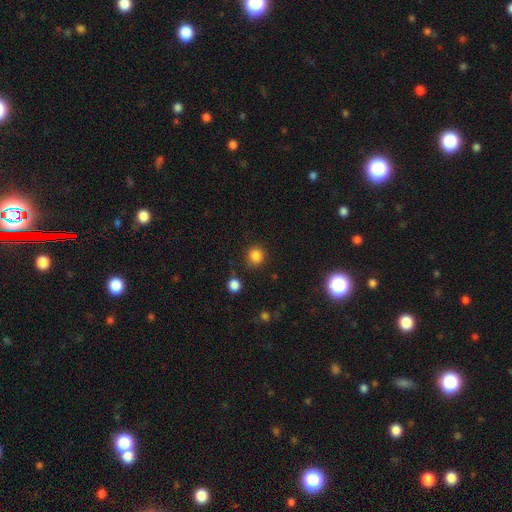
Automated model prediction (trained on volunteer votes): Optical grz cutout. It shows a smooth galaxy with no disk features (84%) that is round (88%). Merging: none (84%).